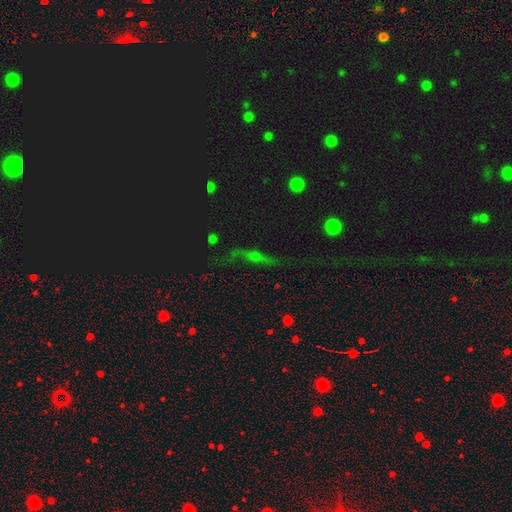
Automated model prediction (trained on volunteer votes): smooth_or_featured: featured or disk (p=0.42) [alt: smooth p=0.32]
merging: none (p=0.64) [alt: minor disturbance p=0.19]